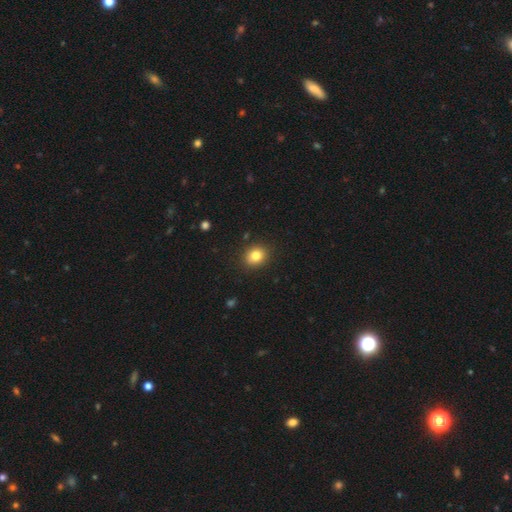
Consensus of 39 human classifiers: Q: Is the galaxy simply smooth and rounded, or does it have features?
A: smooth — 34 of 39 (87%).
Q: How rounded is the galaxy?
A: round — 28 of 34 (82%).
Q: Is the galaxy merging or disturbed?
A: none — 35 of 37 (95%).